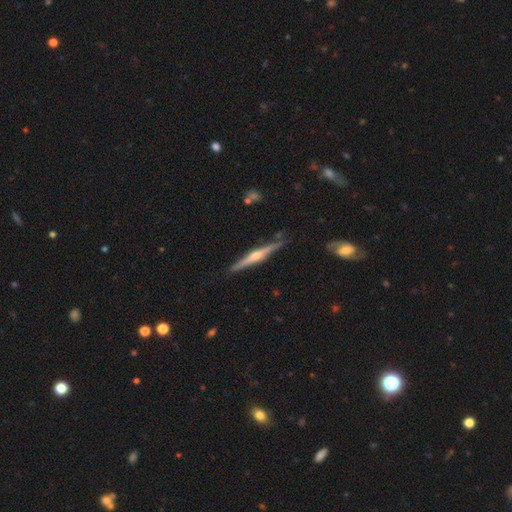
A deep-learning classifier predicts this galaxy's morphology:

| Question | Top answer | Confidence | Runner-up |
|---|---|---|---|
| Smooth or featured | featured or disk | 79% | smooth (16%) |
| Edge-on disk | yes | 98% | no (2%) |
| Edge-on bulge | rounded | 88% | none (7%) |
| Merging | none | 87% | minor disturbance (10%) |